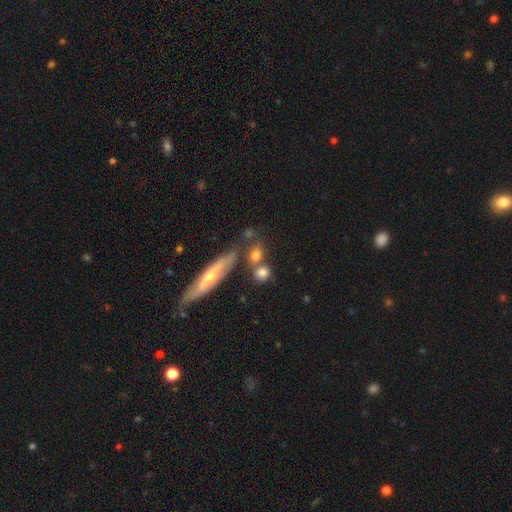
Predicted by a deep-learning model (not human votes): A smooth galaxy with no disk features (66%) that is round (46%). Merging: none (59%).